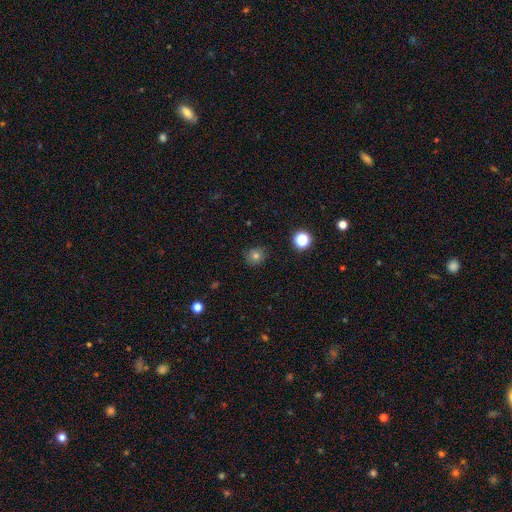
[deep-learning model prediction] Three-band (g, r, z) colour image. It shows a smooth galaxy with no disk features (74%) that is round (88%). Merging: none (86%).